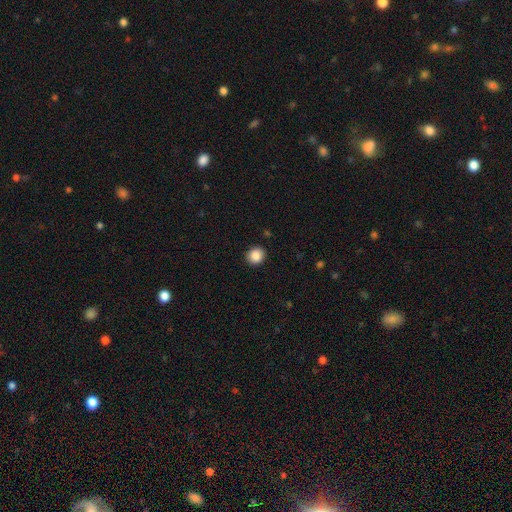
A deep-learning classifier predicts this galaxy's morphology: Smooth or featured? Predicted: smooth (p=0.88). How rounded? Predicted: round (p=0.84). Merging? Predicted: none (p=0.91).